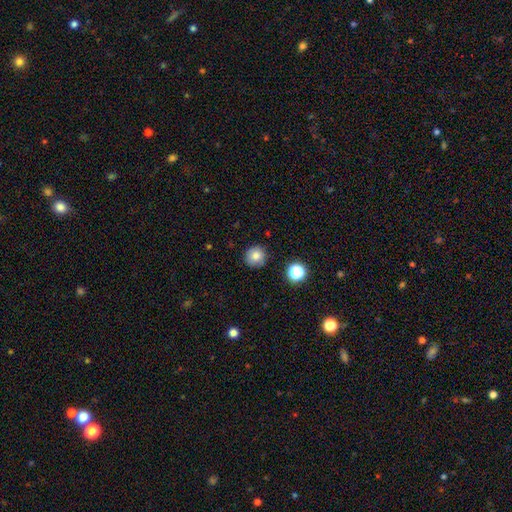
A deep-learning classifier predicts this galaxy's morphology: smooth_or_featured: smooth (p=0.81) [alt: star or artifact p=0.12]
how_rounded: round (p=0.94) [alt: in between p=0.05]
merging: none (p=0.88) [alt: minor disturbance p=0.08]